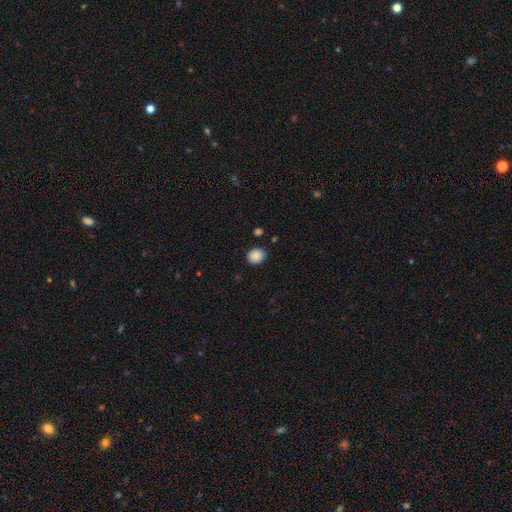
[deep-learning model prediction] Q: Smooth or featured?
A: smooth (88%); runner-up: star or artifact (9%)
Q: How rounded?
A: round (65%); runner-up: in between (34%)
Q: Merging?
A: none (87%); runner-up: minor disturbance (9%)